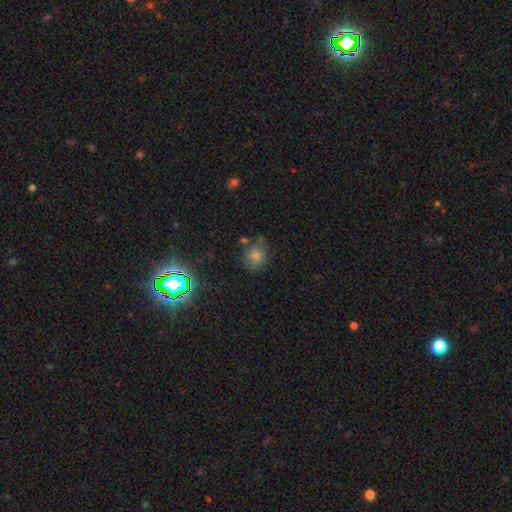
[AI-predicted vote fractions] The model was most divided on "smooth or featured": smooth: 64%, star or artifact: 27%, featured or disk: 10%. More confident: merging — none (73%); how rounded — round (68%).